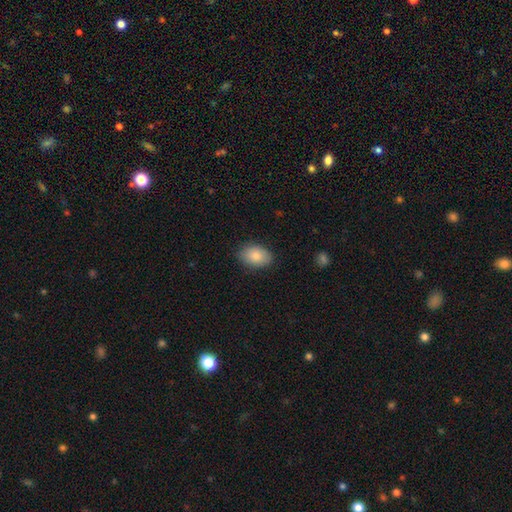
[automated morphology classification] The model was most divided on "how rounded": in between: 86%, round: 13%, cigar-shaped: 1%. More confident: smooth or featured — smooth (86%); merging — none (85%).